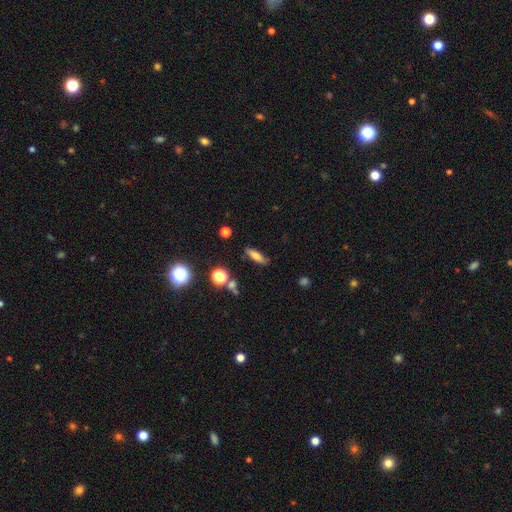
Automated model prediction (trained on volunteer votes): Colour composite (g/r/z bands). It shows a smooth galaxy with no disk features (61%) that is cigar-shaped (57%). Merging: none (82%).